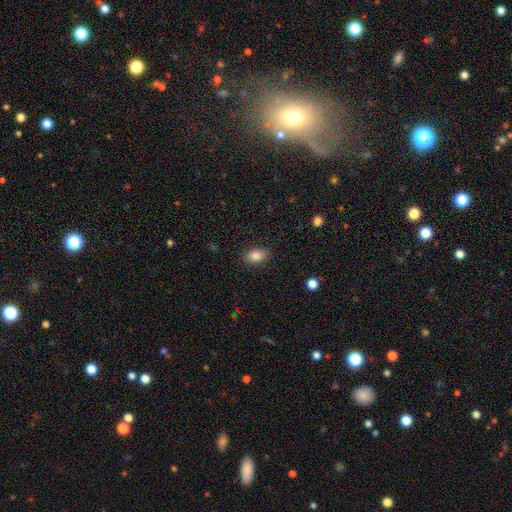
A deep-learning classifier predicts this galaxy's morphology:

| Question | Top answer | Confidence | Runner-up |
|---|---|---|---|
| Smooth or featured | smooth | 85% | star or artifact (9%) |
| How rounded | in between | 86% | round (13%) |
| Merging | none | 86% | minor disturbance (10%) |